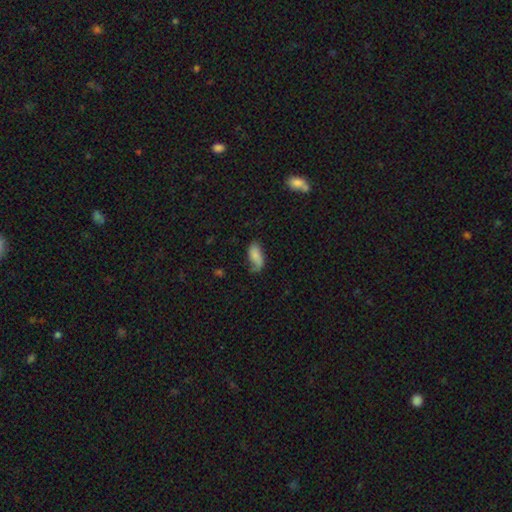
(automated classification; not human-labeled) A smooth galaxy with no disk features (70%) that is in between round and cigar-shaped (88%).

Vote fractions:
- Smooth or featured? smooth: 70% / featured or disk: 21% / star or artifact: 8%
- How rounded? in between: 88% / cigar-shaped: 9% / round: 3%
- Merging? none: 44% / minor disturbance: 32% / major disturbance: 20% / merger: 4%